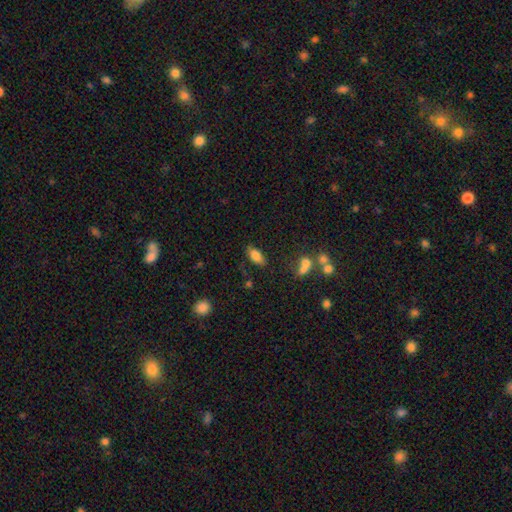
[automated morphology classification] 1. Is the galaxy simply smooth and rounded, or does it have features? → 81% smooth, 11% featured or disk, 9% star or artifact.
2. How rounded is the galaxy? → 88% in between, 9% cigar-shaped, 4% round.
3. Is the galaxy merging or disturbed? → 79% none, 14% minor disturbance, 4% major disturbance, 4% merger.